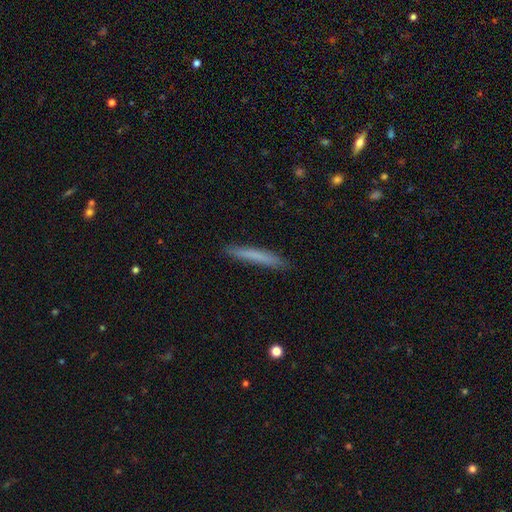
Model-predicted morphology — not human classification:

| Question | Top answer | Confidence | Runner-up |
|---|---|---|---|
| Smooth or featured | smooth | 71% | featured or disk (23%) |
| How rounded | cigar-shaped | 96% | in between (3%) |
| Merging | none | 89% | minor disturbance (8%) |